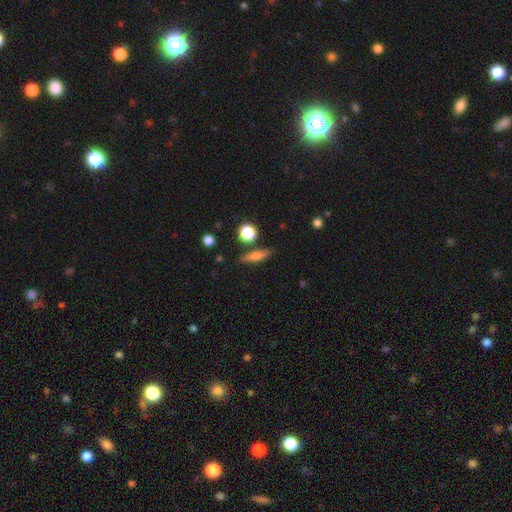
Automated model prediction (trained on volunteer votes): smooth_or_featured: smooth (p=0.67) [alt: featured or disk p=0.23]
how_rounded: cigar-shaped (p=0.63) [alt: in between p=0.28]
merging: none (p=0.81) [alt: minor disturbance p=0.12]